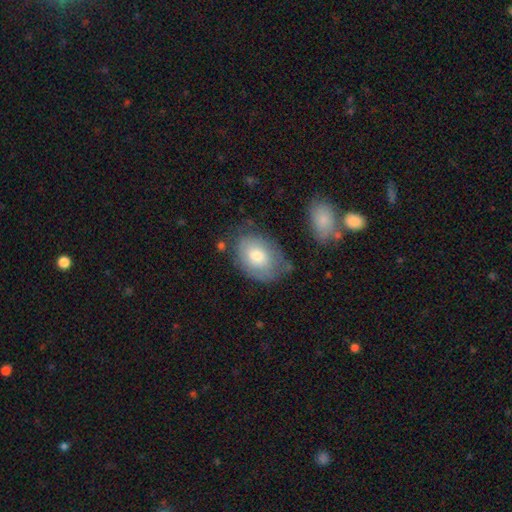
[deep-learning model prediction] The model was most divided on "merging": none: 63%, minor disturbance: 24%, major disturbance: 8%, merger: 5%. More confident: how rounded — in between (77%); smooth or featured — smooth (69%).